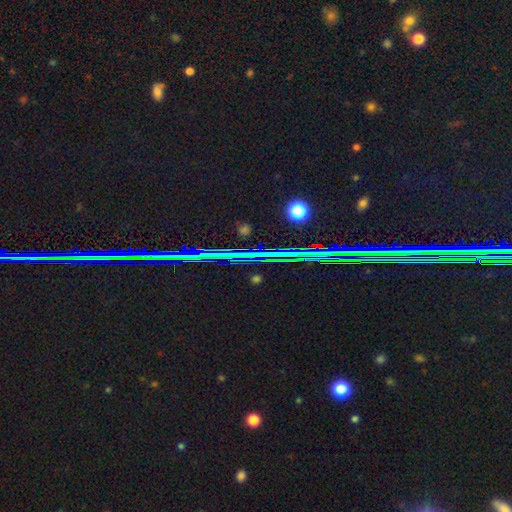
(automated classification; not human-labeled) Smooth or featured?
  - star or artifact: 87% *
  - featured or disk: 7%
  - smooth: 6%